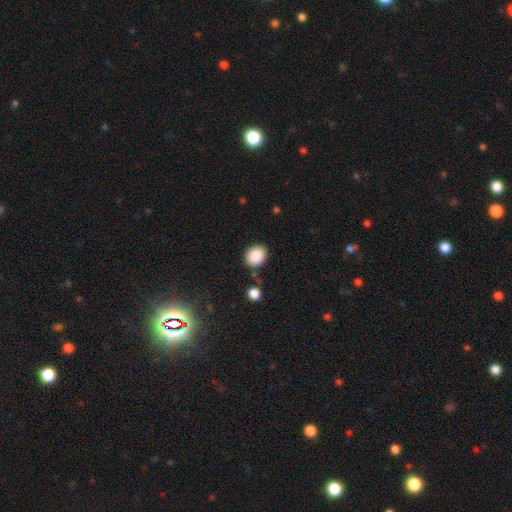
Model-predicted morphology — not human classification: smooth_or_featured: smooth (p=0.86) [alt: star or artifact p=0.08]
how_rounded: round (p=0.53) [alt: in between p=0.46]
merging: none (p=0.81) [alt: minor disturbance p=0.11]